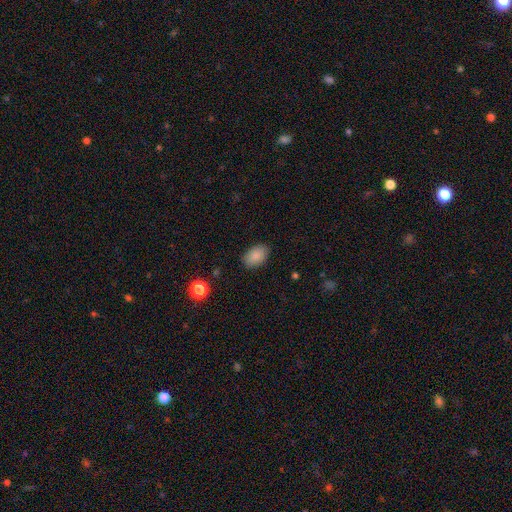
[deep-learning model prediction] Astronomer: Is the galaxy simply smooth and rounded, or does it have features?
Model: smooth — 88%.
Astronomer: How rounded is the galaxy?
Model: in between — 90%.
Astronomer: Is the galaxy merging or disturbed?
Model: none — 87%.